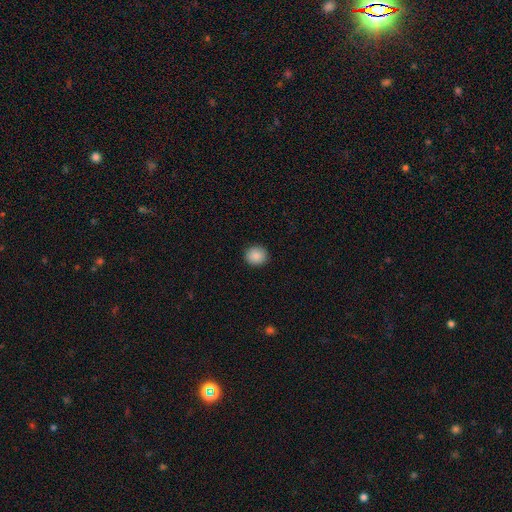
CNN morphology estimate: Q: Smooth or featured?
A: smooth (88%); runner-up: star or artifact (9%)
Q: How rounded?
A: round (85%); runner-up: in between (14%)
Q: Merging?
A: none (92%); runner-up: minor disturbance (5%)